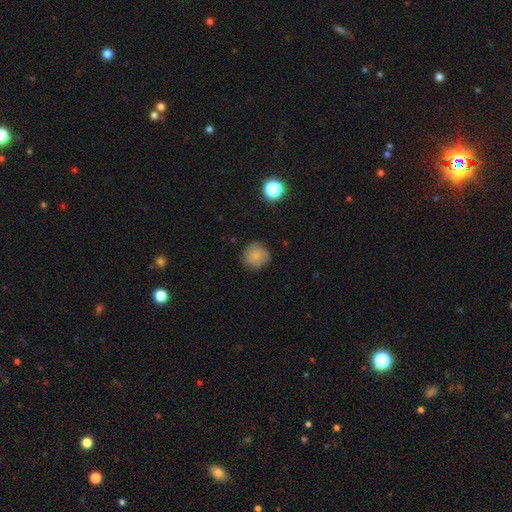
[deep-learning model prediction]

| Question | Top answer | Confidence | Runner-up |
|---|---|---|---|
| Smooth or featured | smooth | 76% | featured or disk (14%) |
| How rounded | round | 91% | in between (8%) |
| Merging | none | 79% | minor disturbance (16%) |